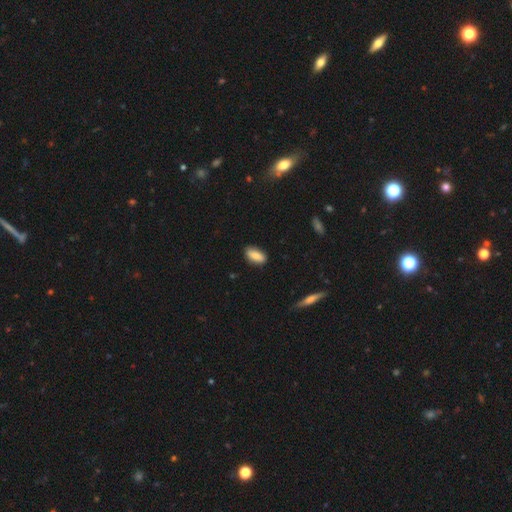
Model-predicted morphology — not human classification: This appears to be a smooth galaxy with no disk features (83%) that is in between round and cigar-shaped (87%). Merging: none (84%).